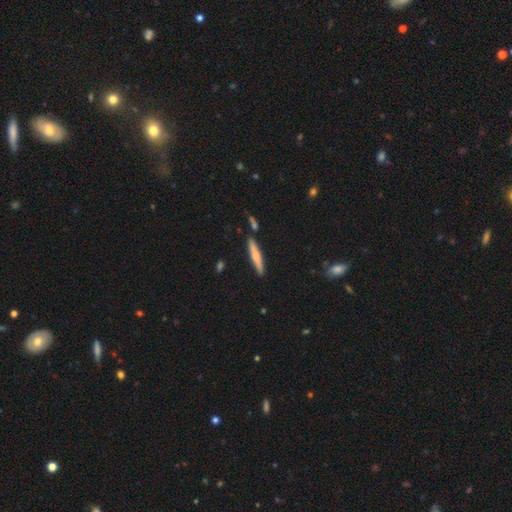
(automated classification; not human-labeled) Smooth or featured? Predicted: smooth (p=0.59). How rounded? Predicted: cigar-shaped (p=0.93). Merging? Predicted: none (p=0.85).